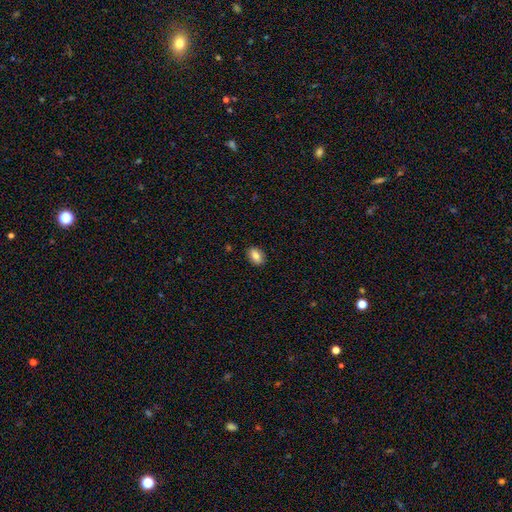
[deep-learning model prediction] This appears to be a smooth galaxy with no disk features (81%) that is in between round and cigar-shaped (85%). Merging: none (88%).